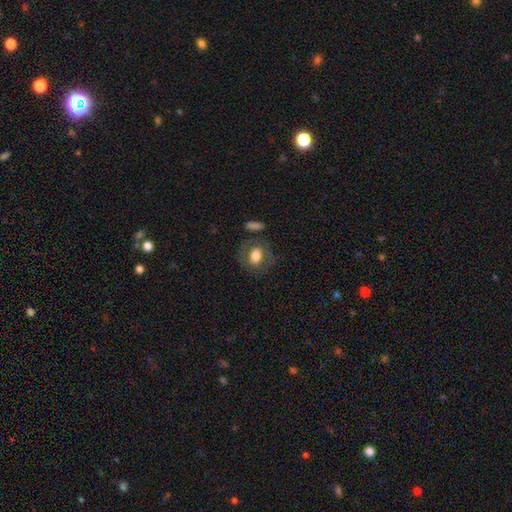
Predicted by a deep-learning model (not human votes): Morphology: type=smooth (63%); roundness=round (53%); merging=none (72%).